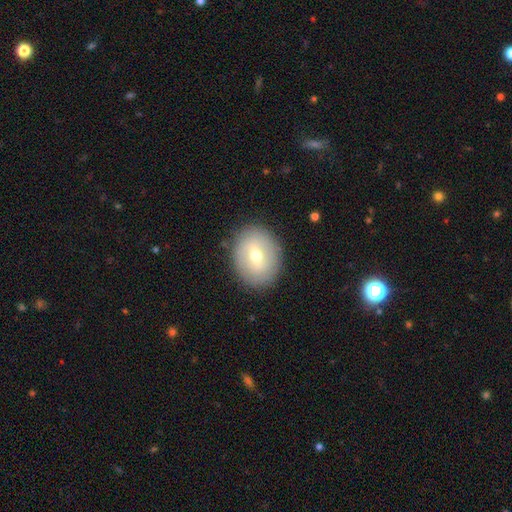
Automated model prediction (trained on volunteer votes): smooth_or_featured: smooth (p=0.56) [alt: featured or disk p=0.36]
how_rounded: in between (p=0.51) [alt: round p=0.48]
merging: none (p=0.86) [alt: minor disturbance p=0.10]